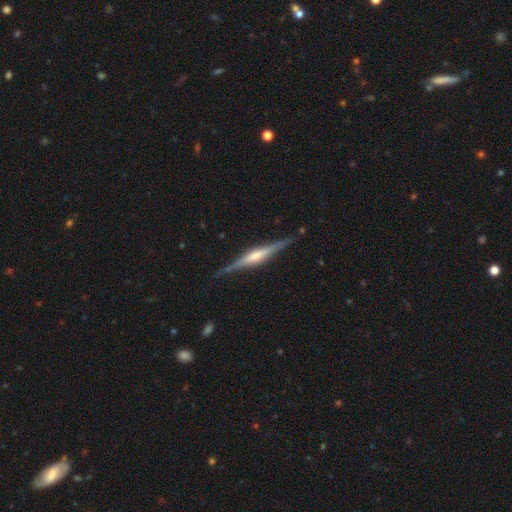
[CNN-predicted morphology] Smooth or featured?
  - featured or disk: 77% *
  - smooth: 18%
  - star or artifact: 5%
Edge-on disk?
  - yes: 98% *
  - no: 2%
Edge-on bulge?
  - rounded: 59% *
  - boxy: 28%
  - none: 12%
Merging?
  - none: 85% *
  - minor disturbance: 11%
  - major disturbance: 2%
  - merger: 1%